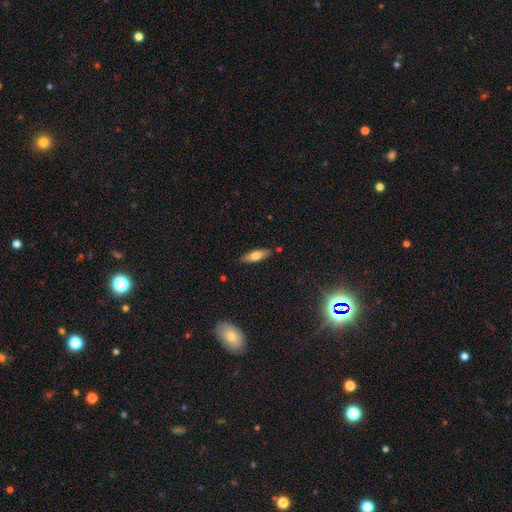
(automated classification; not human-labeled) Q: Smooth or featured?
A: smooth (67%); runner-up: featured or disk (26%)
Q: How rounded?
A: cigar-shaped (52%); runner-up: in between (46%)
Q: Merging?
A: none (84%); runner-up: minor disturbance (11%)